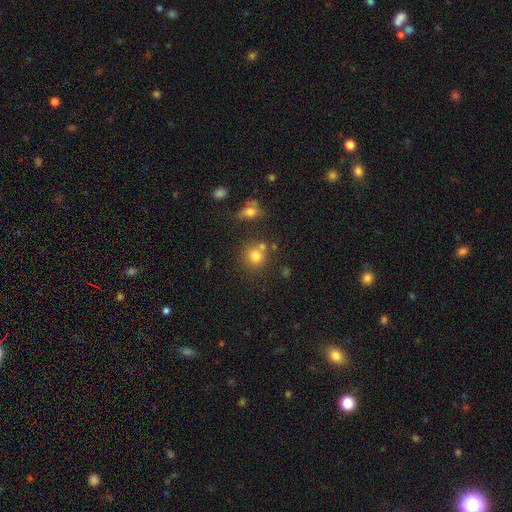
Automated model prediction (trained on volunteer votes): This appears to be a smooth galaxy with no disk features (77%) that is round (87%). Merging: none (64%).